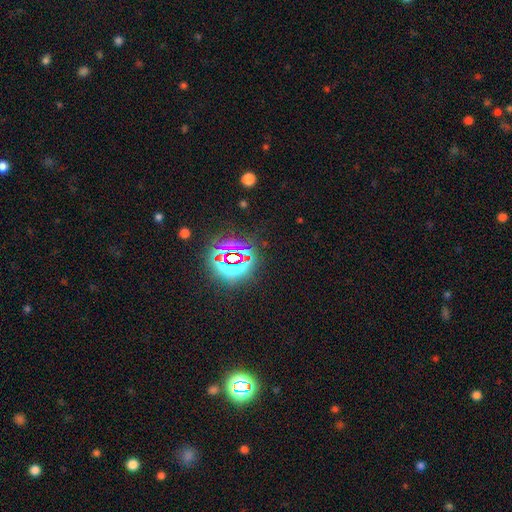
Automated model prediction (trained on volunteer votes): This is clearly a star or artifact rather than a galaxy (83%).